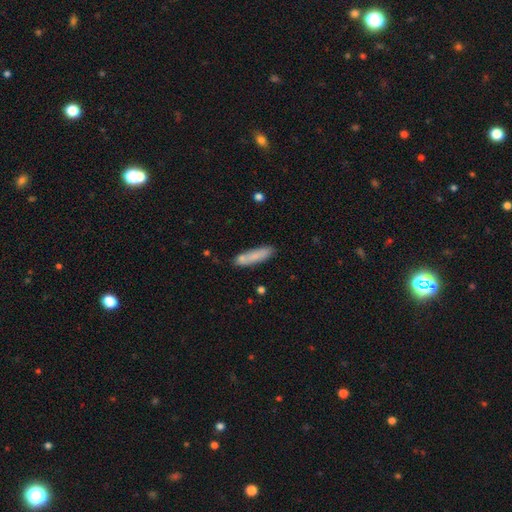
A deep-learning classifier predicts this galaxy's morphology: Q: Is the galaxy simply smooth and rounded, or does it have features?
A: smooth — 81%.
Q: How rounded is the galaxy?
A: cigar-shaped — 74%.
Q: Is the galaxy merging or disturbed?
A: none — 72%.